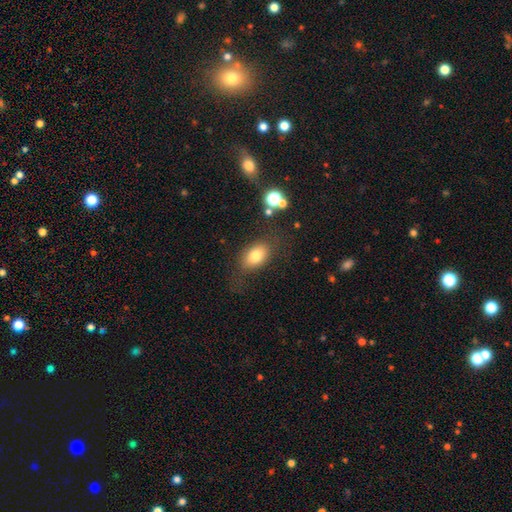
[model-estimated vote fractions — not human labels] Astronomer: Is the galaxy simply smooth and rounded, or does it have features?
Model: smooth — 76%.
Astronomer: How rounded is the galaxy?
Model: in between — 83%.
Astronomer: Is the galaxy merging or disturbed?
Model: none — 73%.